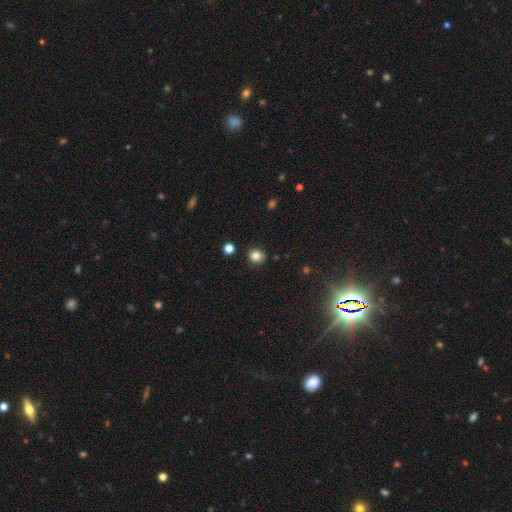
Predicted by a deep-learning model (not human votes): This is clearly a smooth galaxy (83%). How rounded: likely round (79%). Merging: clearly none (88%).